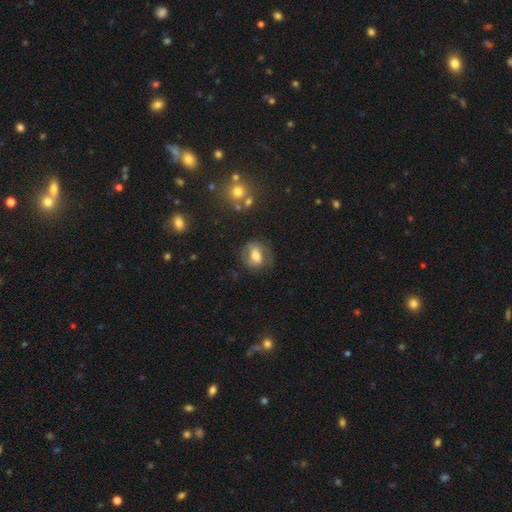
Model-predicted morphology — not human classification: Overall: smooth (55%; featured or disk 35%). How rounded: in between (53%; round 45%). Merging: none (65%).